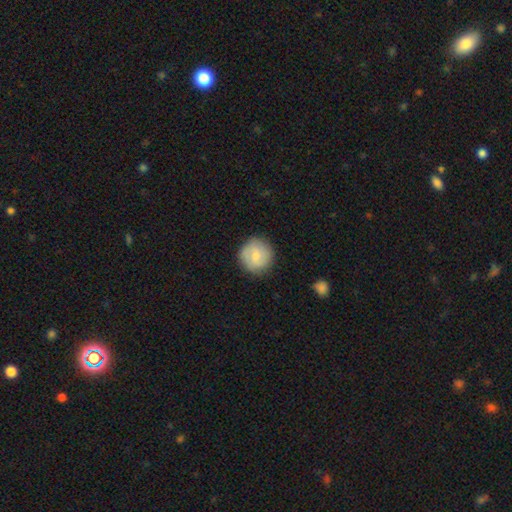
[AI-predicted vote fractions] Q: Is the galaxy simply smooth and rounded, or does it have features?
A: smooth — 72%.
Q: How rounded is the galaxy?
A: round — 94%.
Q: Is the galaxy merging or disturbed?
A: none — 86%.